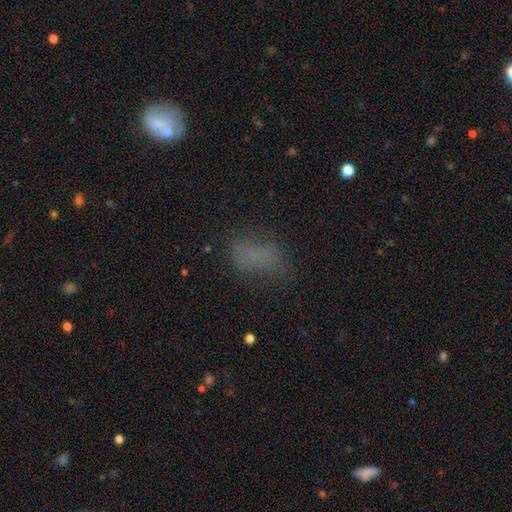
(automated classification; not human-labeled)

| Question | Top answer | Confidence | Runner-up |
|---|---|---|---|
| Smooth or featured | smooth | 66% | star or artifact (20%) |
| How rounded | in between | 84% | round (10%) |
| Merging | none | 59% | minor disturbance (23%) |